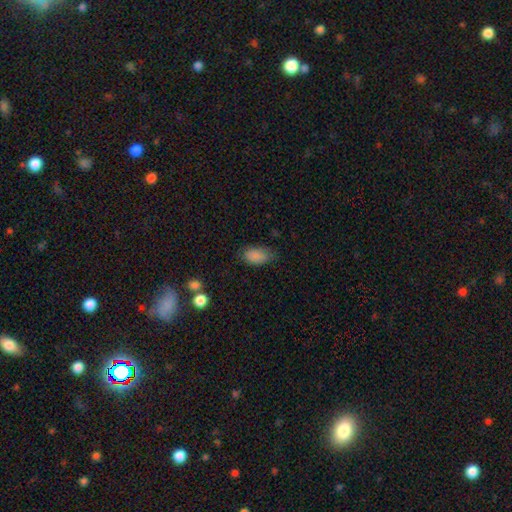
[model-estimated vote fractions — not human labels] A smooth galaxy with no disk features (87%) that is in between round and cigar-shaped (92%). Merging: none (67%).